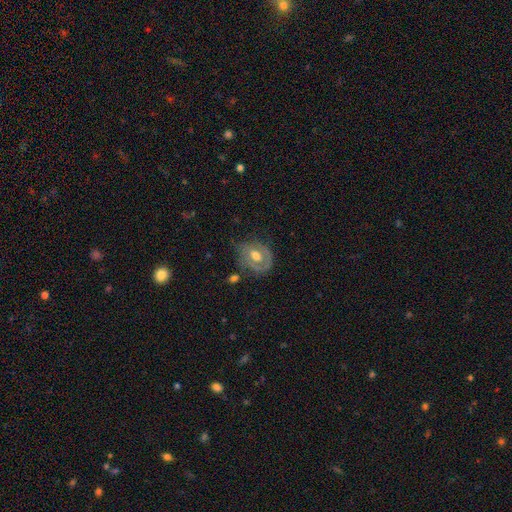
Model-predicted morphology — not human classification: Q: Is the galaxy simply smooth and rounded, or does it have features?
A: featured or disk — 62%.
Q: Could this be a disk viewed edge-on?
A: no — 95%.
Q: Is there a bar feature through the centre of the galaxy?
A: no — 51%.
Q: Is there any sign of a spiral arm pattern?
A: yes — 53%.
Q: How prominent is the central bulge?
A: moderate — 69%.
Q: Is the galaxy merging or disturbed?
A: none — 56%.